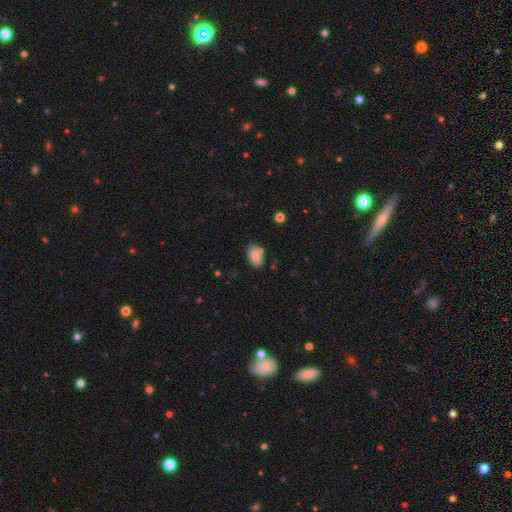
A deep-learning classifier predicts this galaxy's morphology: A smooth galaxy with no disk features (82%) that is in between round and cigar-shaped (90%).

Vote fractions:
- Smooth or featured? smooth: 82% / featured or disk: 10% / star or artifact: 9%
- How rounded? in between: 90% / round: 9% / cigar-shaped: 2%
- Merging? none: 69% / minor disturbance: 17% / merger: 10% / major disturbance: 4%